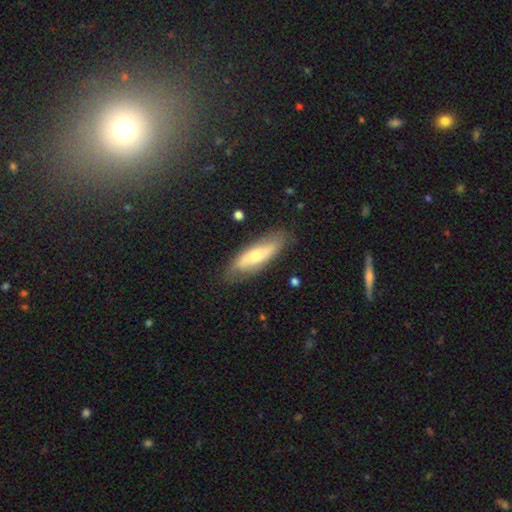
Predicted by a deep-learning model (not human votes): smooth-or-featured: smooth: 50% | featured or disk: 44% | star or artifact: 6%
  merging: none: 78% | minor disturbance: 17% | major disturbance: 4% | merger: 2%